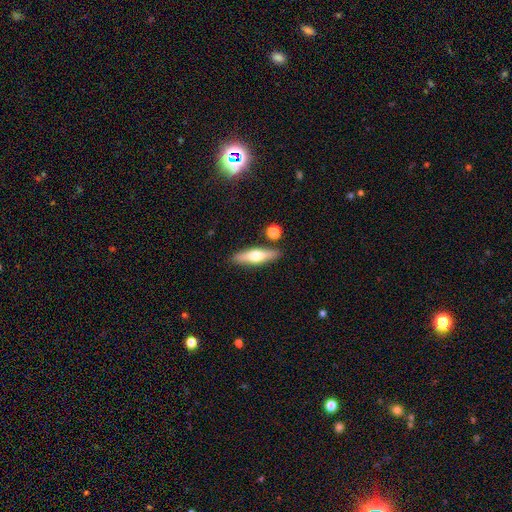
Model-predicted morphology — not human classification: A smooth galaxy with no disk features (51%) that is cigar-shaped (64%).

Vote fractions:
- Smooth or featured? smooth: 51% / featured or disk: 42% / star or artifact: 6%
- How rounded? cigar-shaped: 64% / in between: 33% / round: 3%
- Merging? none: 84% / minor disturbance: 9% / merger: 5% / major disturbance: 2%